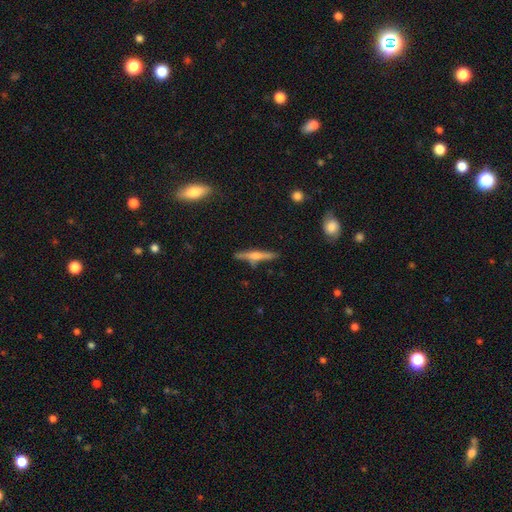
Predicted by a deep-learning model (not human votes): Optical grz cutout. It shows a featured or disk galaxy (65%) viewed edge-on (97%) with a rounded central bulge (83%). Merging: none (84%).